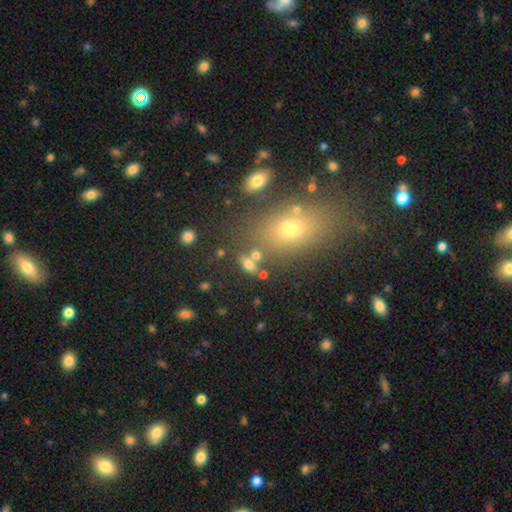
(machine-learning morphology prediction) This is likely a smooth galaxy (67%). How rounded: likely in between (76%). Merging: possibly none (59%).